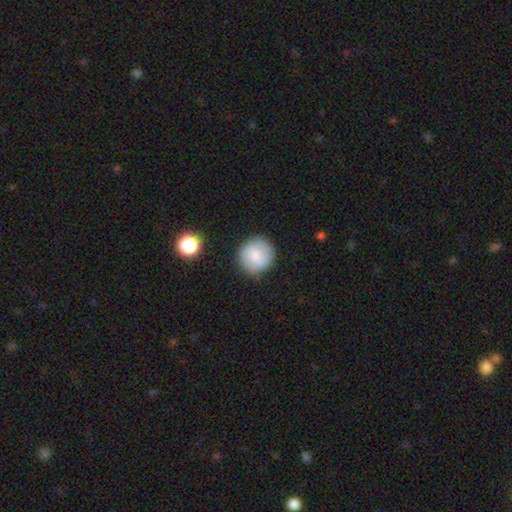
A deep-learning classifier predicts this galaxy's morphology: Smooth or featured: smooth — 76% (featured or disk — 17%)
How rounded: round — 93% (in between — 6%)
Merging: none — 85% (minor disturbance — 10%)